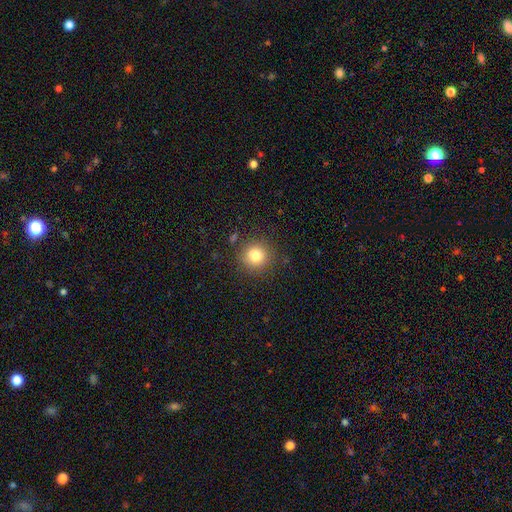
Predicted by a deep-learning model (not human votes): This appears to be a smooth galaxy with no disk features (80%) that is round (92%). Merging: none (86%).